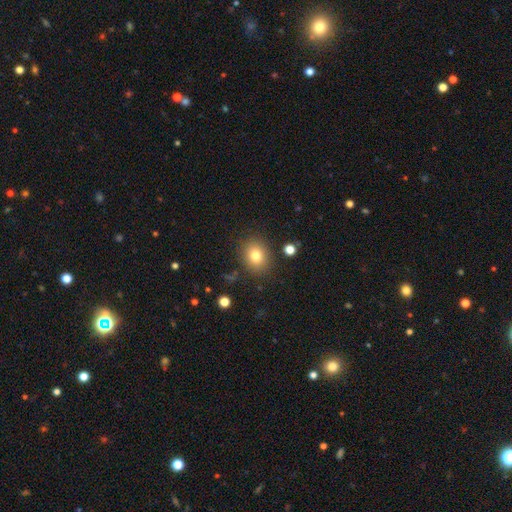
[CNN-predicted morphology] Q: Smooth or featured?
A: smooth (78%); runner-up: star or artifact (12%)
Q: How rounded?
A: round (61%); runner-up: in between (38%)
Q: Merging?
A: none (86%); runner-up: minor disturbance (9%)